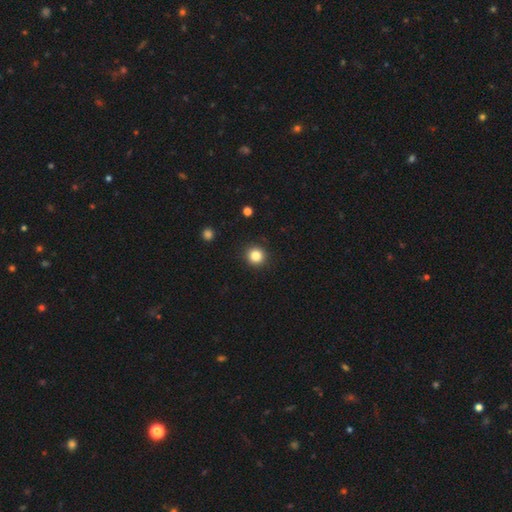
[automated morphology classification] Overall: smooth (84%). How rounded: round (93%). Merging: none (92%).